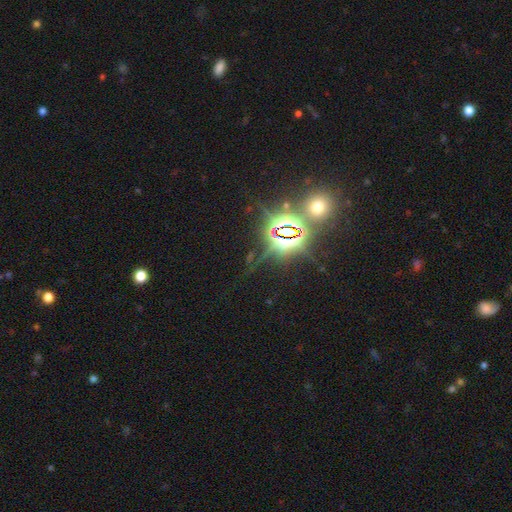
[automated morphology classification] The model was most divided on "smooth or featured": star or artifact: 83%, smooth: 9%, featured or disk: 8%.